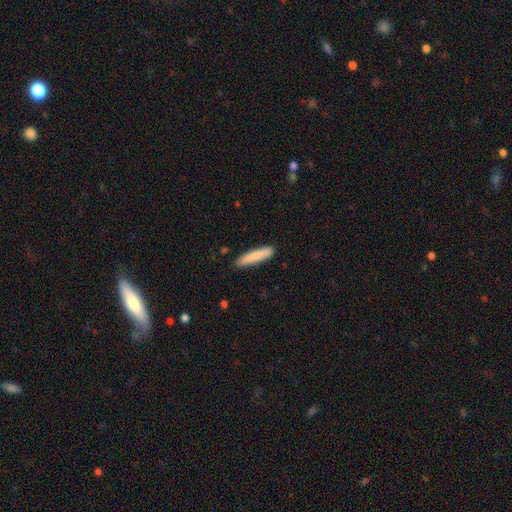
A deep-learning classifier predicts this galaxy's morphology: This is clearly a smooth galaxy (84%). How rounded: clearly cigar-shaped (88%). Merging: clearly none (88%).